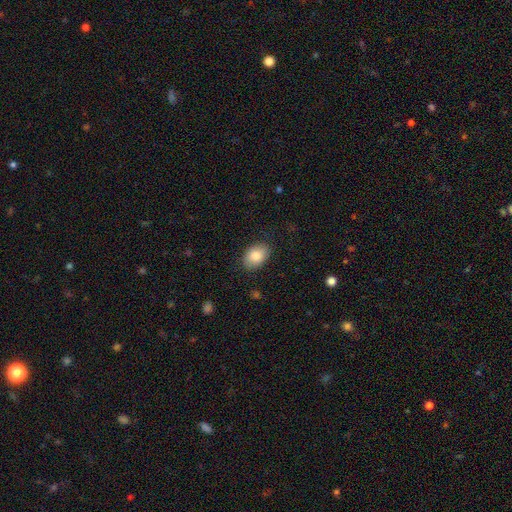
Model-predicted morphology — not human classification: smooth-or-featured: smooth: 85% | featured or disk: 8% | star or artifact: 7%
  how-rounded: in between: 82% | round: 17% | cigar-shaped: 1%
  merging: none: 84% | minor disturbance: 12% | major disturbance: 3% | merger: 1%